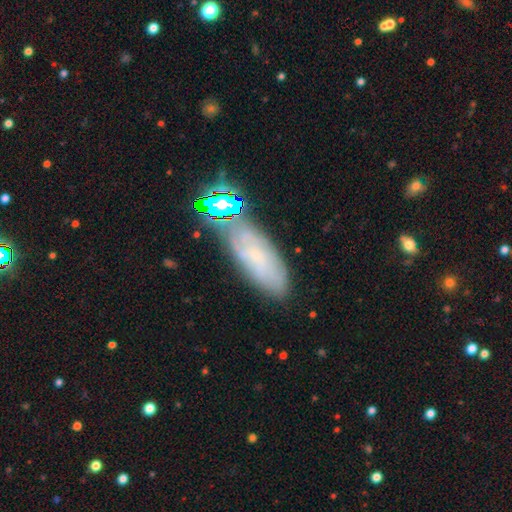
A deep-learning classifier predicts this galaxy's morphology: Smooth or featured: smooth — 46% (featured or disk — 35%)
Merging: none — 71% (minor disturbance — 17%)